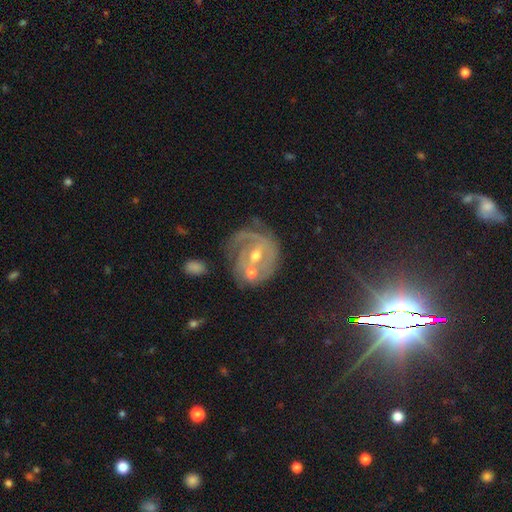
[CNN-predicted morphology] The model was most divided on "spiral arm count": 2: 35%, can't tell: 29%, 1: 20%, 3: 10%, 4: 3%, more than 4: 3%. Remaining: edge-on disk — no (96%); spiral arms — yes (84%); smooth or featured — featured or disk (77%); bulge size — moderate (64%); spiral winding — tight (56%); bar — weak (44%); merging — none (44%).